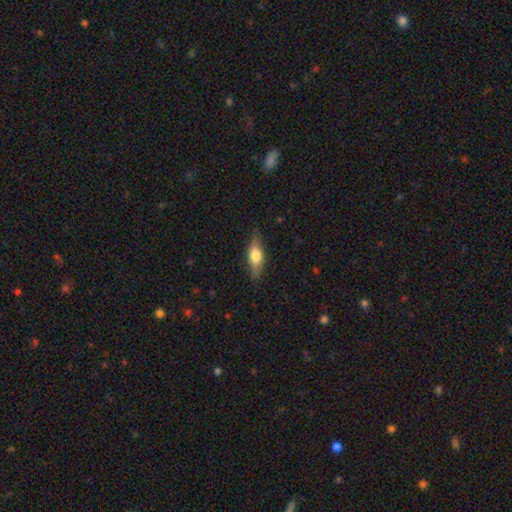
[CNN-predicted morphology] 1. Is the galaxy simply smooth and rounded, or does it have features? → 47% smooth, 46% featured or disk, 7% star or artifact.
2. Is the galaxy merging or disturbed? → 84% none, 13% minor disturbance, 3% major disturbance, 1% merger.